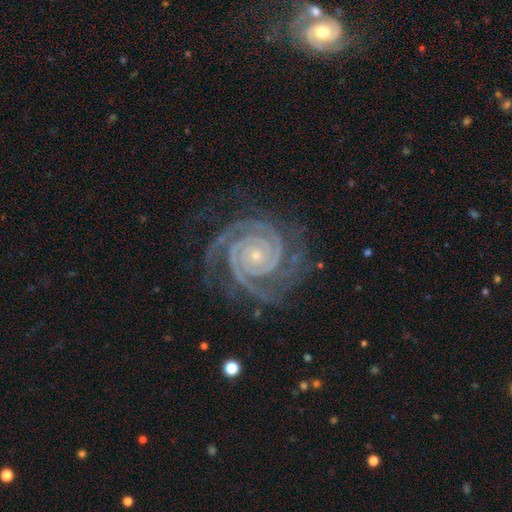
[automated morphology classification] Q: Smooth or featured?
A: featured or disk (94%); runner-up: star or artifact (4%)
Q: Edge-on disk?
A: no (98%); runner-up: yes (2%)
Q: Bar?
A: no (76%); runner-up: weak (13%)
Q: Spiral arms?
A: yes (99%); runner-up: no (1%)
Q: Spiral winding?
A: tight (87%); runner-up: medium (12%)
Q: Spiral arm count?
A: 2 (65%); runner-up: 3 (15%)
Q: Bulge size?
A: small (86%); runner-up: moderate (11%)
Q: Merging?
A: none (78%); runner-up: minor disturbance (16%)